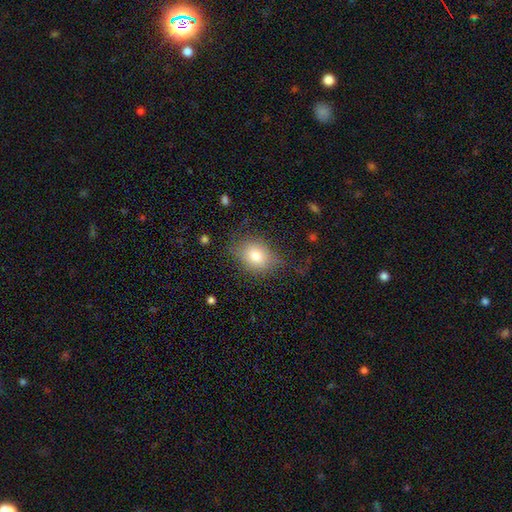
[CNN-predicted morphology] This is likely a smooth galaxy (74%). How rounded: possibly in between (52%). Merging: likely none (66%).